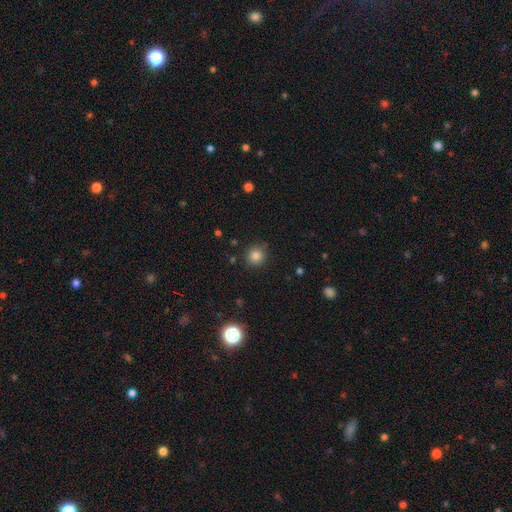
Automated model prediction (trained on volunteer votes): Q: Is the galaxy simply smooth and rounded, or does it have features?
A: smooth — 82%.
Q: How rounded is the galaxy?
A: round — 92%.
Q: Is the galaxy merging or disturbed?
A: none — 88%.